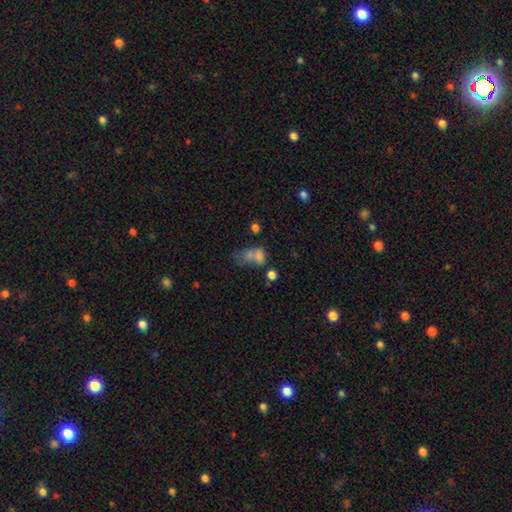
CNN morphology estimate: A smooth galaxy with no disk features (68%) that is in between round and cigar-shaped (72%). Merging: merger (46%).